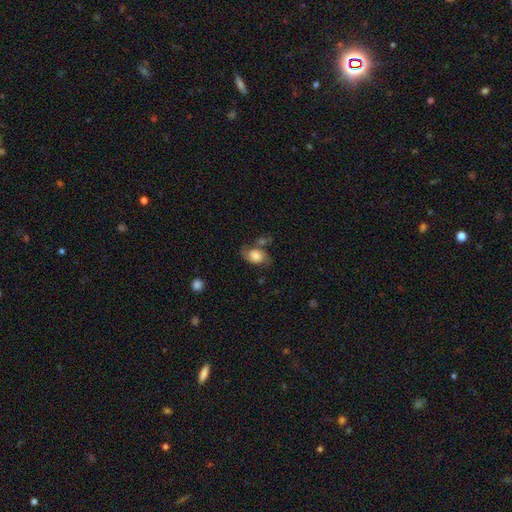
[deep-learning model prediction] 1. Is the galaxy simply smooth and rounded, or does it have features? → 54% smooth, 37% featured or disk, 9% star or artifact.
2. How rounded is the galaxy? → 78% in between, 20% round, 2% cigar-shaped.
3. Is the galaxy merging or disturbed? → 48% none, 24% minor disturbance, 15% merger, 13% major disturbance.